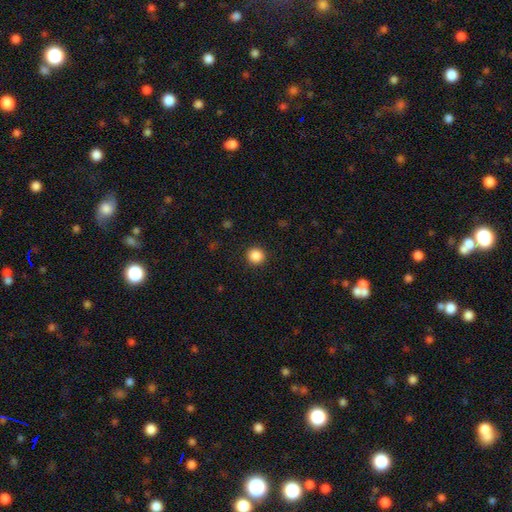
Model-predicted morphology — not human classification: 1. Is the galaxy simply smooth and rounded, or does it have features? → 87% smooth, 10% star or artifact, 3% featured or disk.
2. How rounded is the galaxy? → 93% round, 6% in between, 1% cigar-shaped.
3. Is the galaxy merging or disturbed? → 92% none, 5% minor disturbance, 2% major disturbance, 1% merger.